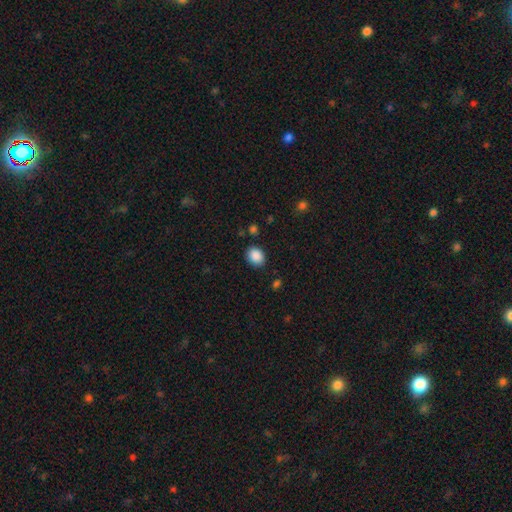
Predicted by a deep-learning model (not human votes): A smooth galaxy with no disk features (89%) that is in between round and cigar-shaped (55%).

Vote fractions:
- Smooth or featured? smooth: 89% / star or artifact: 8% / featured or disk: 3%
- How rounded? in between: 55% / round: 44% / cigar-shaped: 1%
- Merging? none: 86% / minor disturbance: 10% / major disturbance: 3% / merger: 2%